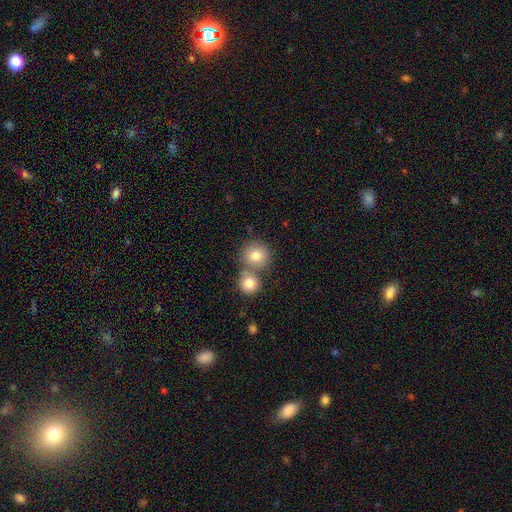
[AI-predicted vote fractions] Overall: smooth (79%). How rounded: round (90%). Merging: none (53%; merger 38%).